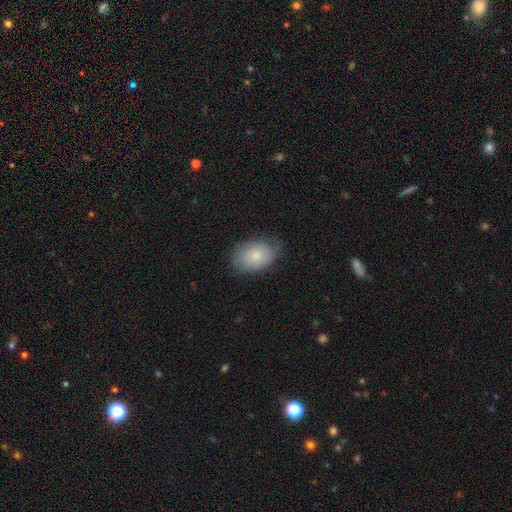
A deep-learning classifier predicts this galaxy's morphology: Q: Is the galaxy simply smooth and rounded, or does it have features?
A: smooth — 80%.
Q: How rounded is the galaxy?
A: in between — 85%.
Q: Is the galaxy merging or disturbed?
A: none — 73%.